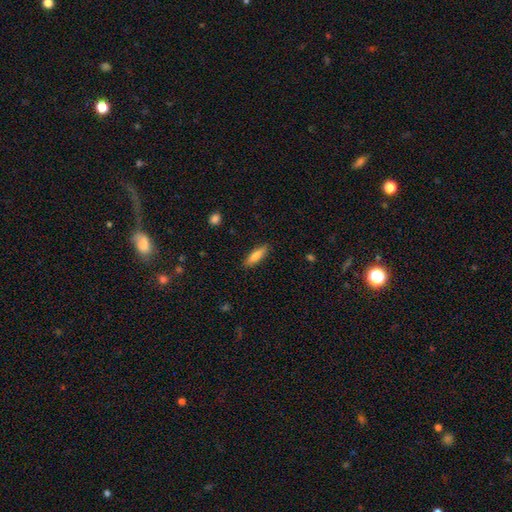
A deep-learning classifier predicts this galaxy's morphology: Smooth or featured? Predicted: smooth (p=0.80). How rounded? Predicted: cigar-shaped (p=0.54). Merging? Predicted: none (p=0.87).